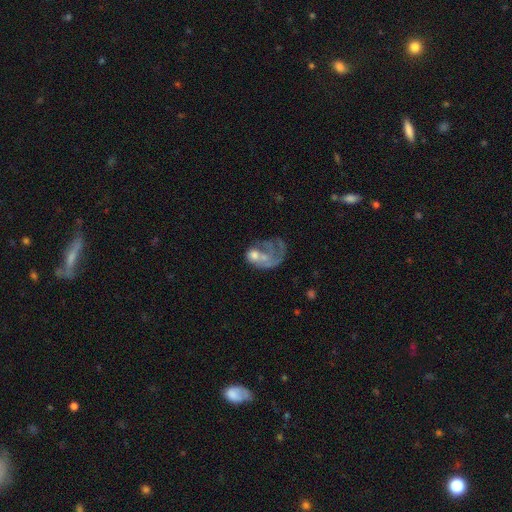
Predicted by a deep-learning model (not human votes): This is possibly a featured or disk galaxy (60%). It is clearly not viewed edge-on (98%). Bar: clearly no (83%). Spiral arm pattern: possibly no (56%). Central bulge: marginally moderate (35%). Merging: marginally major disturbance (43%).